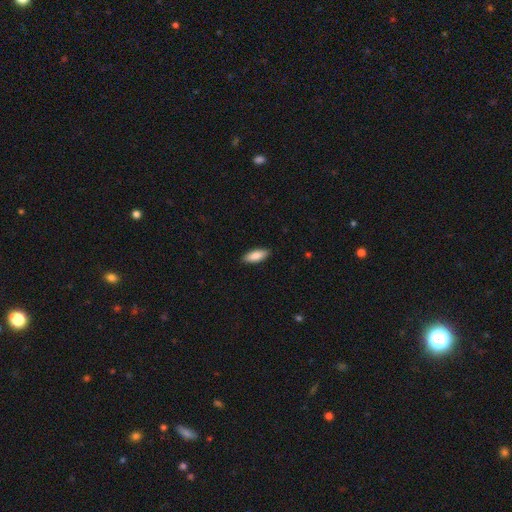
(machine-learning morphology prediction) A smooth galaxy with no disk features (86%) that is in between round and cigar-shaped (75%). Merging: none (88%).